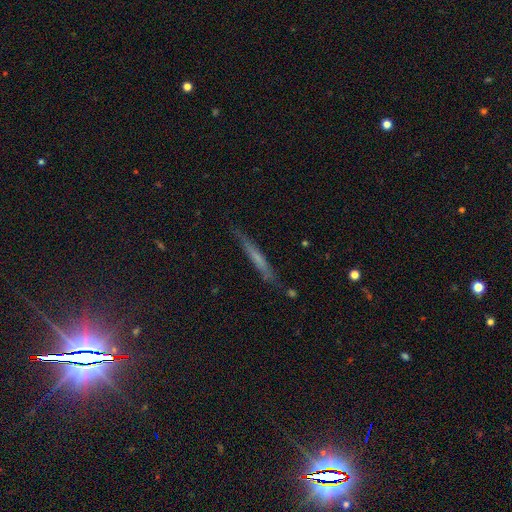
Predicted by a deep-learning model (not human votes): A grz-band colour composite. It shows a featured or disk galaxy (48%). Merging: none (84%).